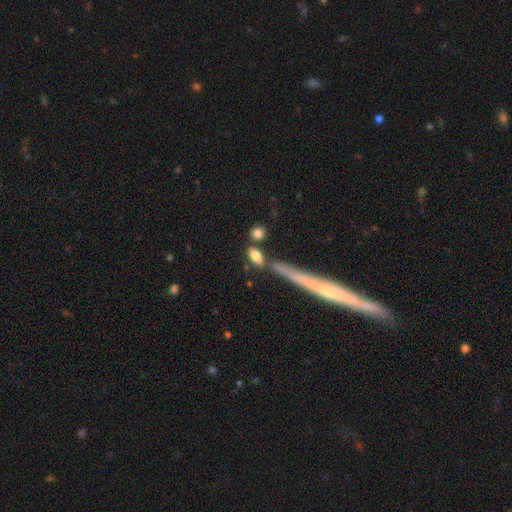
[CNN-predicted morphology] Overall: smooth (78%). How rounded: in between (72%). Merging: none (68%).